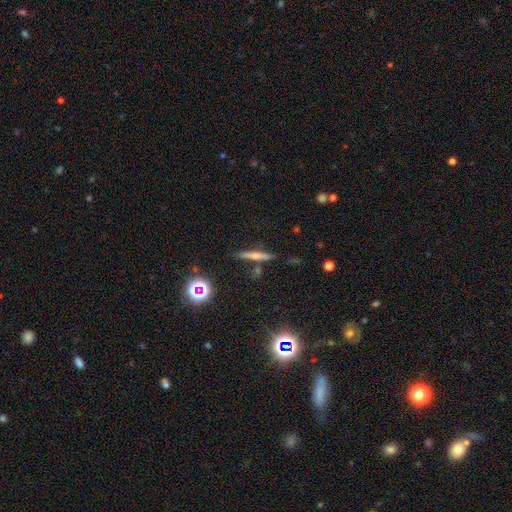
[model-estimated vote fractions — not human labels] Smooth or featured? Predicted: smooth (p=0.46). Merging? Predicted: none (p=0.80).